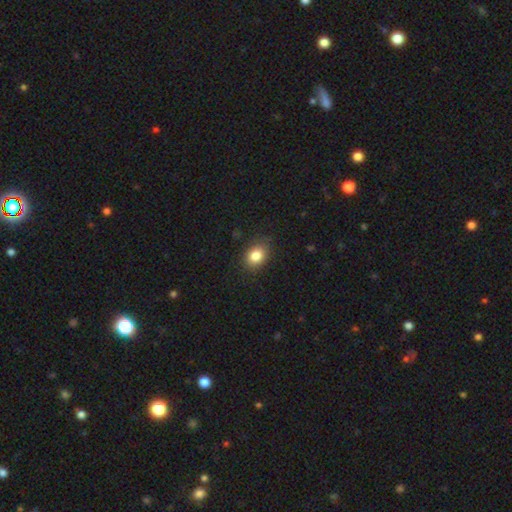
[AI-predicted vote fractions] Smooth or featured? Predicted: smooth (p=0.83). How rounded? Predicted: in between (p=0.63). Merging? Predicted: none (p=0.84).